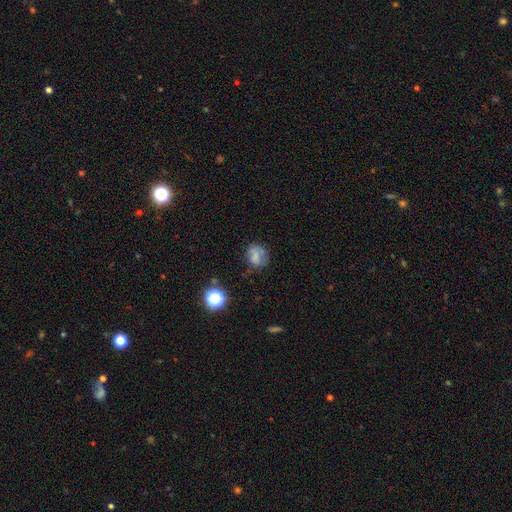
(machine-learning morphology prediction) smooth_or_featured: smooth (p=0.58) [alt: featured or disk p=0.25]
how_rounded: round (p=0.58) [alt: in between p=0.40]
merging: none (p=0.48) [alt: minor disturbance p=0.27]